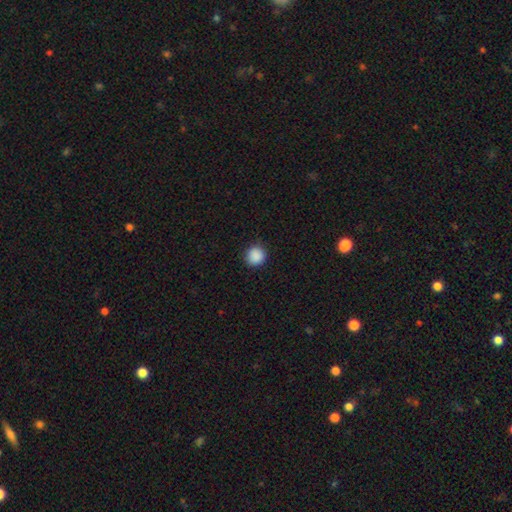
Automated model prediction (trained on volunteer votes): Smooth or featured? Predicted: smooth (p=0.89). How rounded? Predicted: round (p=0.93). Merging? Predicted: none (p=0.89).